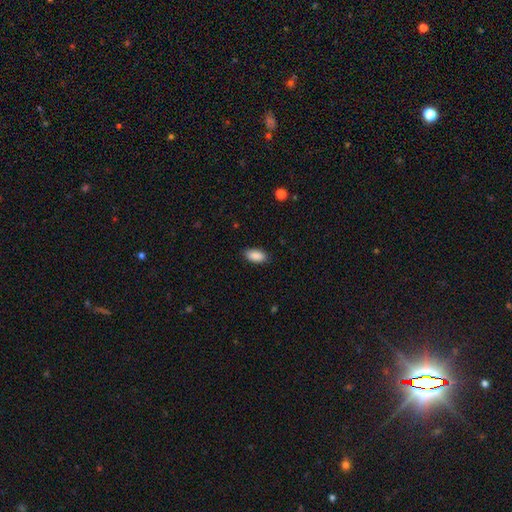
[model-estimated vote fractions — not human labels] Smooth or featured? Predicted: smooth (p=0.90). How rounded? Predicted: in between (p=0.93). Merging? Predicted: none (p=0.88).